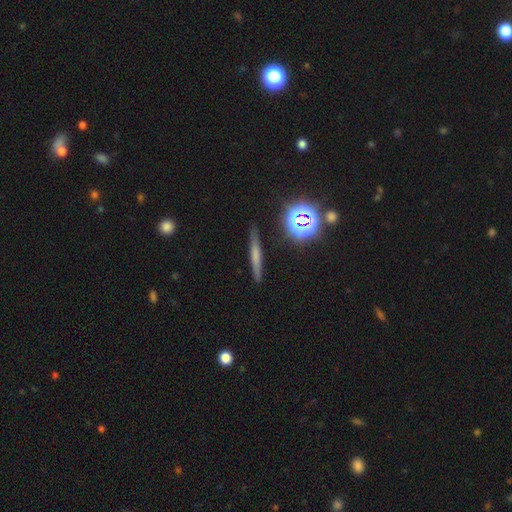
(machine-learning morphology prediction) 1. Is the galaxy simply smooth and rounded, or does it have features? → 52% smooth, 32% featured or disk, 16% star or artifact.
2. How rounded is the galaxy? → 88% cigar-shaped, 6% round, 6% in between.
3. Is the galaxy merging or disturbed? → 87% none, 9% minor disturbance, 2% major disturbance, 2% merger.